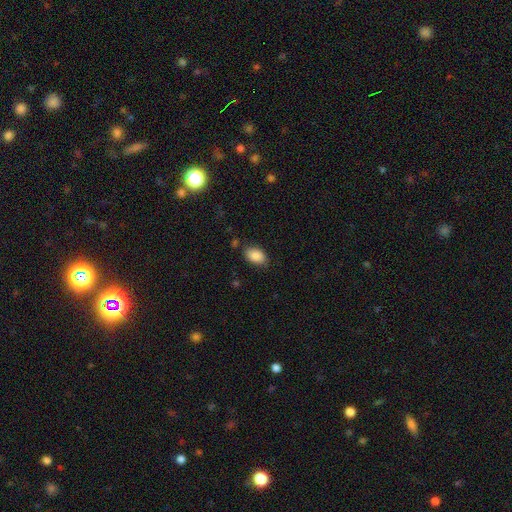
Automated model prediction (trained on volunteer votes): A smooth galaxy with no disk features (87%) that is in between round and cigar-shaped (91%).

Vote fractions:
- Smooth or featured? smooth: 87% / star or artifact: 7% / featured or disk: 6%
- How rounded? in between: 91% / round: 8% / cigar-shaped: 1%
- Merging? none: 80% / minor disturbance: 15% / major disturbance: 3% / merger: 2%